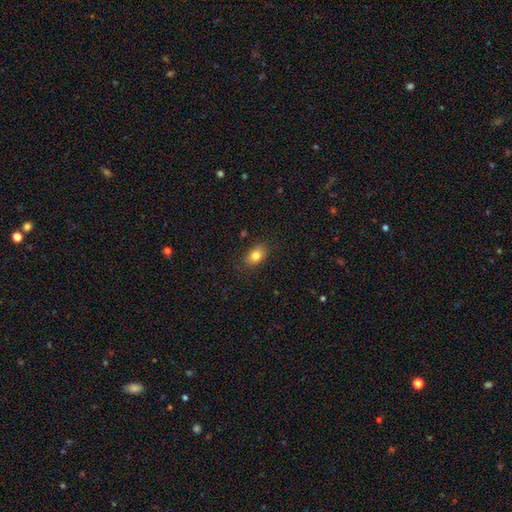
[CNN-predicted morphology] smooth_or_featured: smooth (p=0.81) [alt: featured or disk p=0.10]
how_rounded: in between (p=0.81) [alt: round p=0.17]
merging: none (p=0.83) [alt: minor disturbance p=0.13]